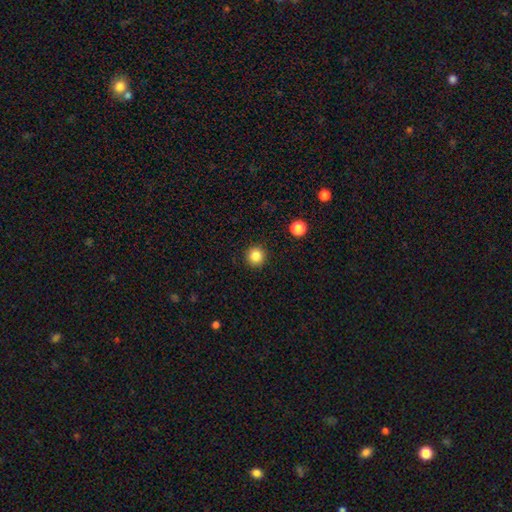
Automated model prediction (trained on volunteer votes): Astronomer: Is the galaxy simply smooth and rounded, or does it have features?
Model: smooth — 84%.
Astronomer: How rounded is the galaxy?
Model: round — 95%.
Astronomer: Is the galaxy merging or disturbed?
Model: none — 92%.